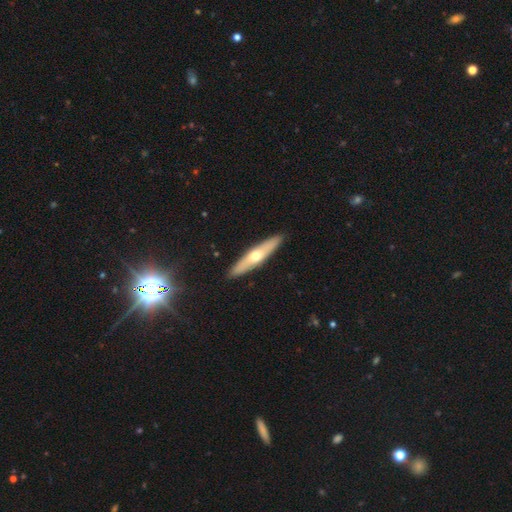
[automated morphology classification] Smooth or featured: featured or disk — 52% (smooth — 41%)
Edge-on disk: yes — 84% (no — 16%)
Merging: none — 91% (minor disturbance — 6%)